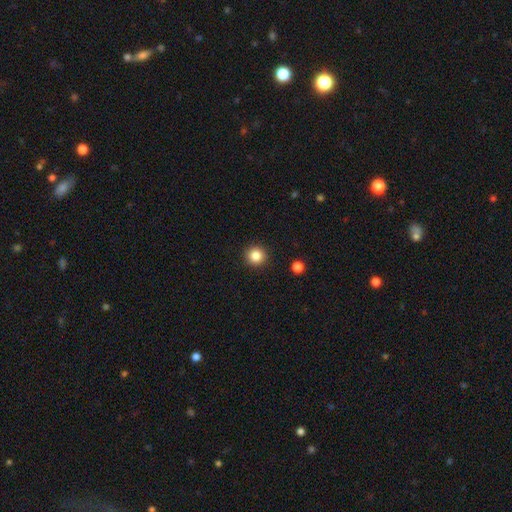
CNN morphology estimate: A smooth galaxy with no disk features (85%) that is round (95%).

Vote fractions:
- Smooth or featured? smooth: 85% / star or artifact: 11% / featured or disk: 5%
- How rounded? round: 95% / in between: 4% / cigar-shaped: 1%
- Merging? none: 92% / minor disturbance: 5% / major disturbance: 2% / merger: 1%